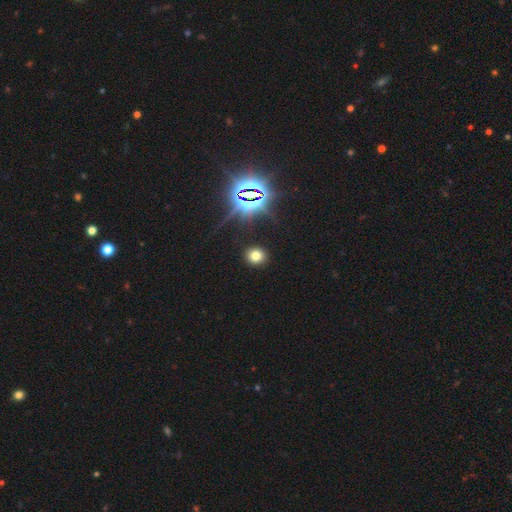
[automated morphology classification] smooth-or-featured: smooth: 70% | star or artifact: 23% | featured or disk: 7%
  how-rounded: round: 81% | in between: 17% | cigar-shaped: 1%
  merging: none: 90% | minor disturbance: 6% | major disturbance: 2% | merger: 2%